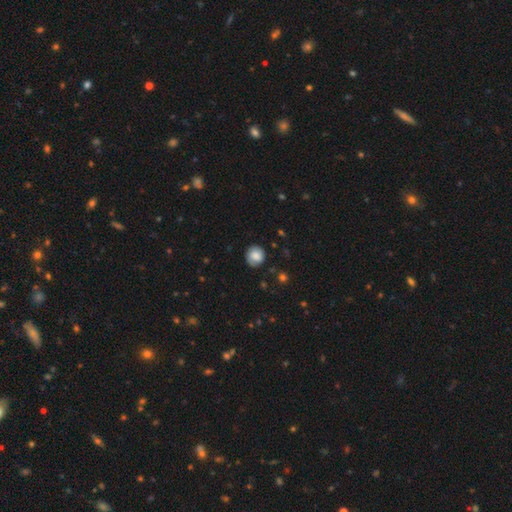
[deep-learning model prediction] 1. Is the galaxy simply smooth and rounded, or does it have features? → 77% smooth, 14% featured or disk, 8% star or artifact.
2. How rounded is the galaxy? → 85% round, 15% in between, 1% cigar-shaped.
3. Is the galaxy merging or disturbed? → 78% none, 16% minor disturbance, 4% major disturbance, 1% merger.